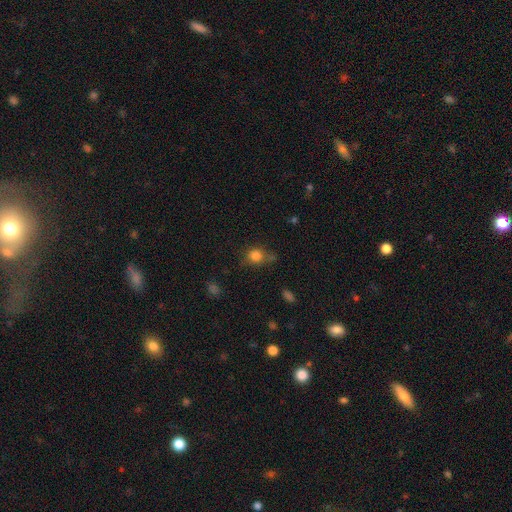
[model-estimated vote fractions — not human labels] Smooth or featured? Predicted: smooth (p=0.82). How rounded? Predicted: round (p=0.76). Merging? Predicted: none (p=0.62).